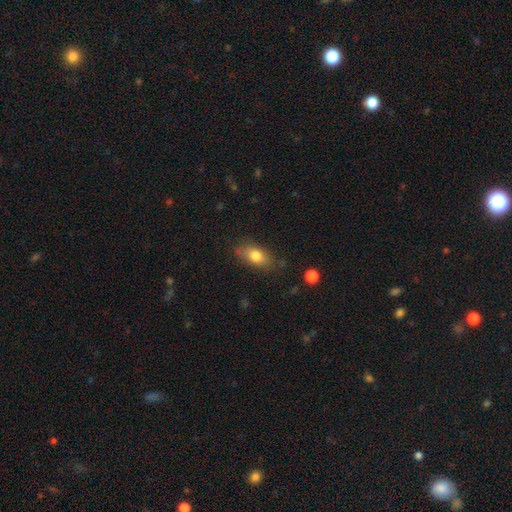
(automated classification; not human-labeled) A smooth galaxy with no disk features (79%) that is in between round and cigar-shaped (84%). Merging: none (76%).